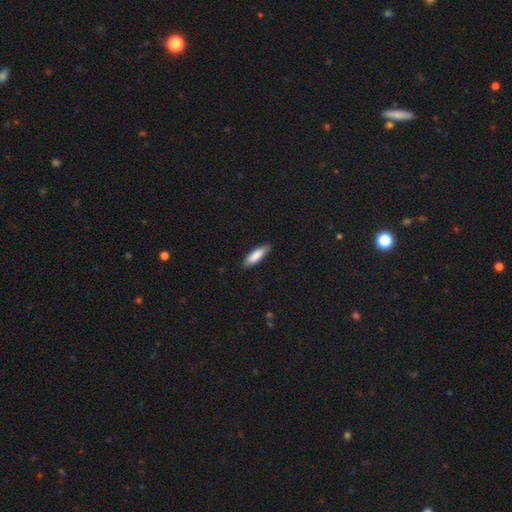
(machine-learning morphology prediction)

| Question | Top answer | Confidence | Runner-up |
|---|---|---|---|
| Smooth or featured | smooth | 84% | featured or disk (10%) |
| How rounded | cigar-shaped | 50% | in between (48%) |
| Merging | none | 84% | minor disturbance (13%) |